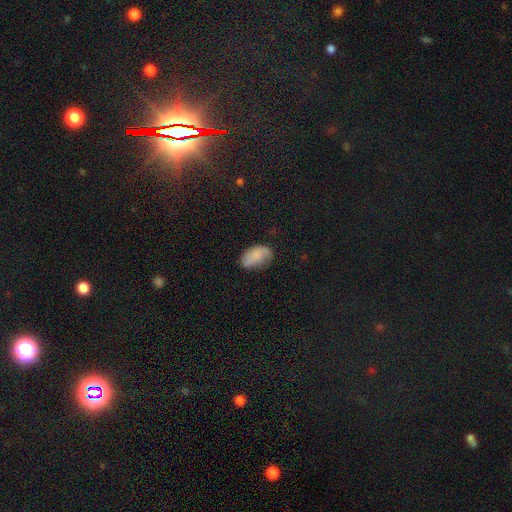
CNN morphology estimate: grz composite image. It shows a smooth galaxy with no disk features (67%) that is in between round and cigar-shaped (91%). Merging: none (54%).